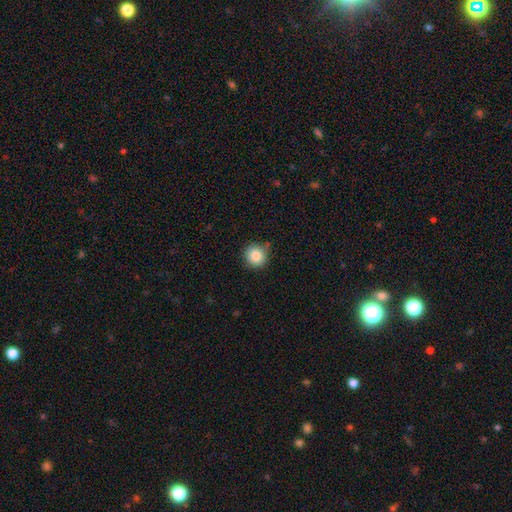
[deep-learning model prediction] The model was most divided on "merging": none: 79%, minor disturbance: 16%, major disturbance: 3%, merger: 2%. More confident: how rounded — round (92%); smooth or featured — smooth (85%).